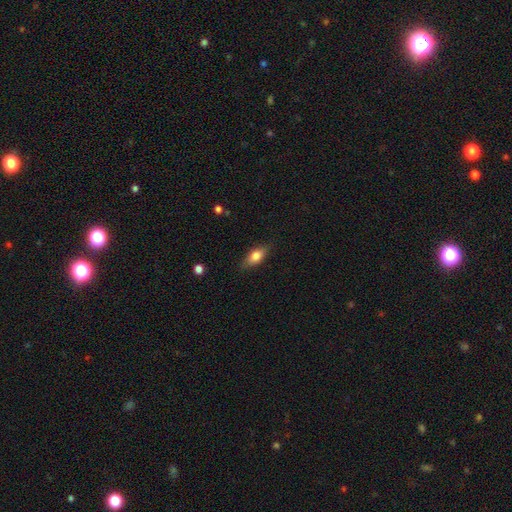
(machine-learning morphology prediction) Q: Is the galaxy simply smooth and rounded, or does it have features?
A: smooth — 72%.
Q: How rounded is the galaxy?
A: in between — 78%.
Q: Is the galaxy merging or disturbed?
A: none — 82%.